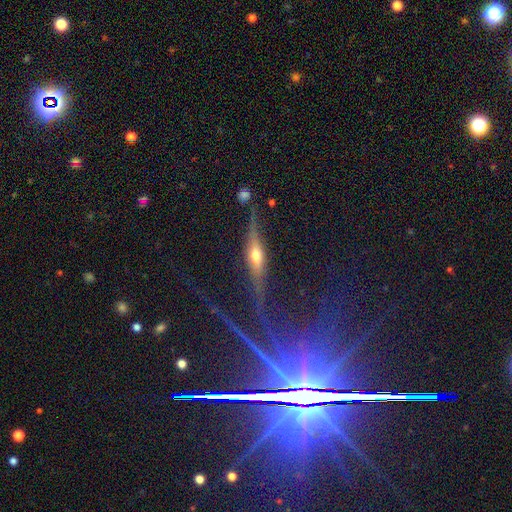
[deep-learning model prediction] Q: Smooth or featured?
A: featured or disk (67%); runner-up: smooth (23%)
Q: Edge-on disk?
A: yes (85%); runner-up: no (15%)
Q: Edge-on bulge?
A: rounded (84%); runner-up: boxy (9%)
Q: Merging?
A: none (64%); runner-up: minor disturbance (18%)